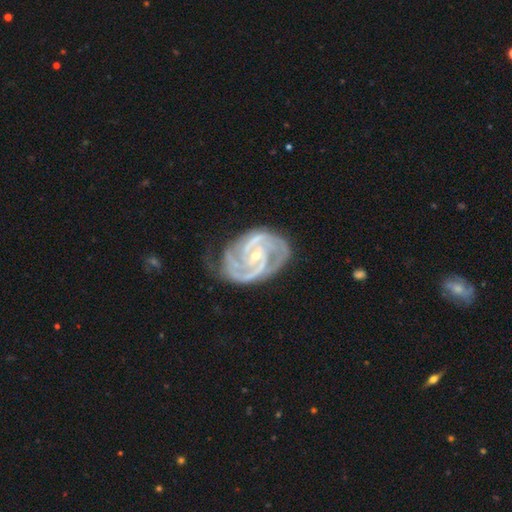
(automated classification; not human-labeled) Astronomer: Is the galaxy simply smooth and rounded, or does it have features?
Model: featured or disk — 93%.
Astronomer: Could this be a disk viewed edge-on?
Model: no — 98%.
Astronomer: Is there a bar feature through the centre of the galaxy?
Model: weak — 39% (runner-up: no, 38%).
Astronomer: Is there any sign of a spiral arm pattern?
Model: yes — 99%.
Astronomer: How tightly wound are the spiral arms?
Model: tight — 60% (runner-up: medium, 35%).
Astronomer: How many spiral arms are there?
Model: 2 — 43% (runner-up: 3, 32%).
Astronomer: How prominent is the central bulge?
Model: small — 70%.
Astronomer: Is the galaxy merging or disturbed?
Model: none — 63%.